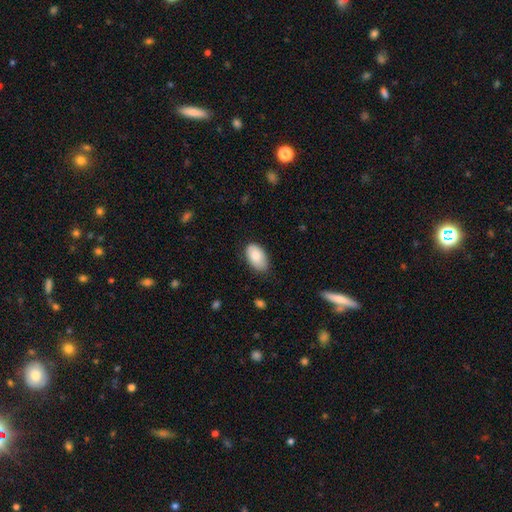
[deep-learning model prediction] Smooth or featured? Predicted: smooth (p=0.84). How rounded? Predicted: in between (p=0.94). Merging? Predicted: none (p=0.76).